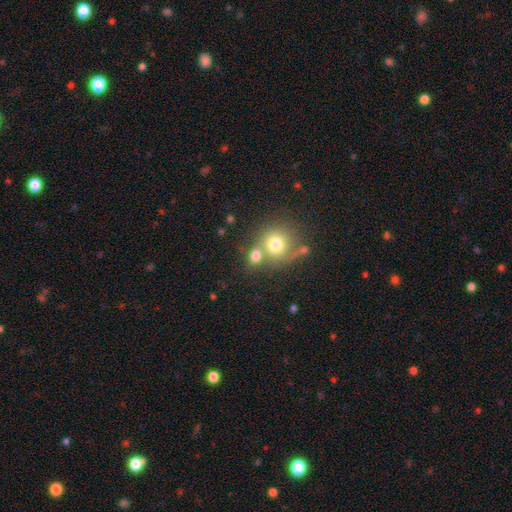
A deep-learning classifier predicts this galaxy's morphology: smooth 74%, featured or disk 14%, star or artifact 11%. Down the decision tree: how rounded — round (67%); merging — merger (46%).